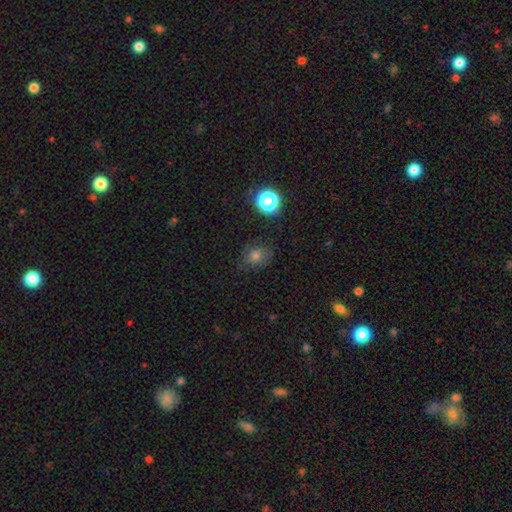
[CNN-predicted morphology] This appears to be a smooth galaxy with no disk features (71%) that is round (61%). Merging: none (73%).